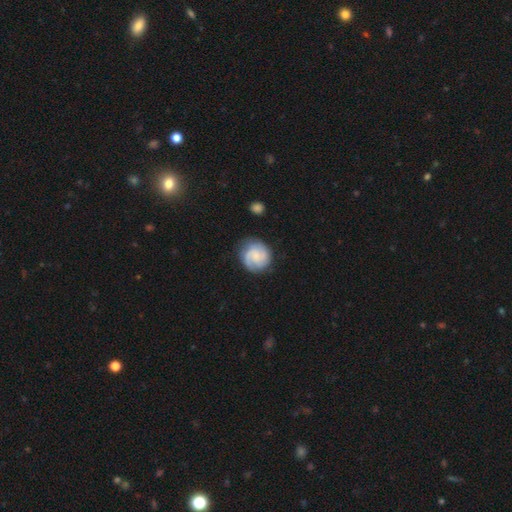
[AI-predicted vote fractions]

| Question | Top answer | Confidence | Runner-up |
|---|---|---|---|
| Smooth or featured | featured or disk | 73% | smooth (22%) |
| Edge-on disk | no | 98% | yes (2%) |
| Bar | no | 59% | weak (36%) |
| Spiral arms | yes | 96% | no (4%) |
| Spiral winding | tight | 51% | medium (39%) |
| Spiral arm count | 2 | 48% | 3 (27%) |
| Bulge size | small | 49% | none (29%) |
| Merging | none | 80% | minor disturbance (14%) |